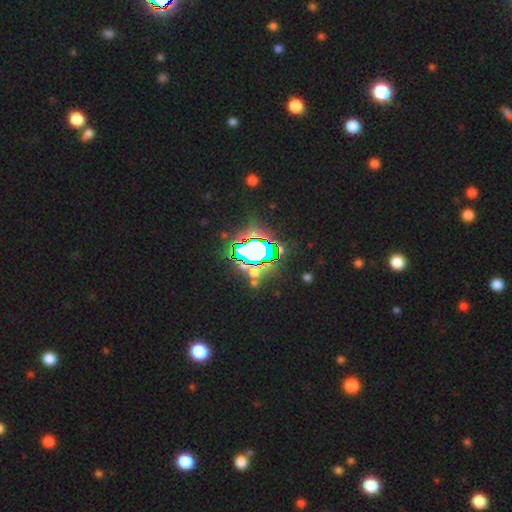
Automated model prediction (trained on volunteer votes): smooth-or-featured: star or artifact: 82% | smooth: 10% | featured or disk: 8%